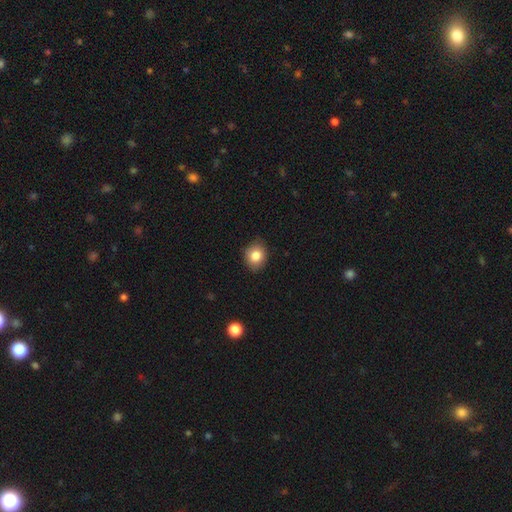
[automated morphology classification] smooth-or-featured: smooth: 84% | star or artifact: 9% | featured or disk: 7%
  how-rounded: round: 59% | in between: 40% | cigar-shaped: 1%
  merging: none: 84% | minor disturbance: 13% | major disturbance: 2% | merger: 1%